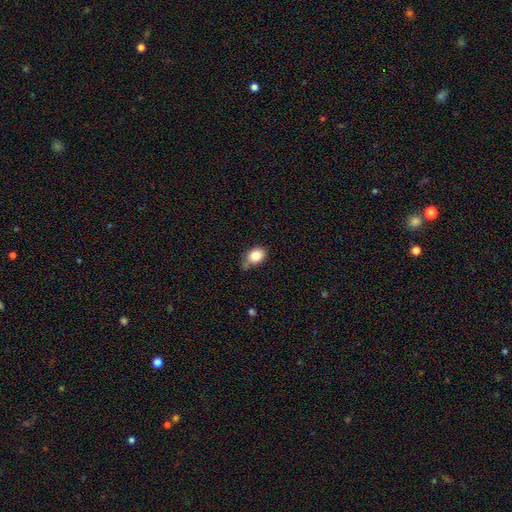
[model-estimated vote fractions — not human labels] smooth-or-featured: smooth: 82% | star or artifact: 9% | featured or disk: 9%
  how-rounded: in between: 64% | round: 34% | cigar-shaped: 1%
  merging: none: 56% | minor disturbance: 31% | major disturbance: 7% | merger: 7%